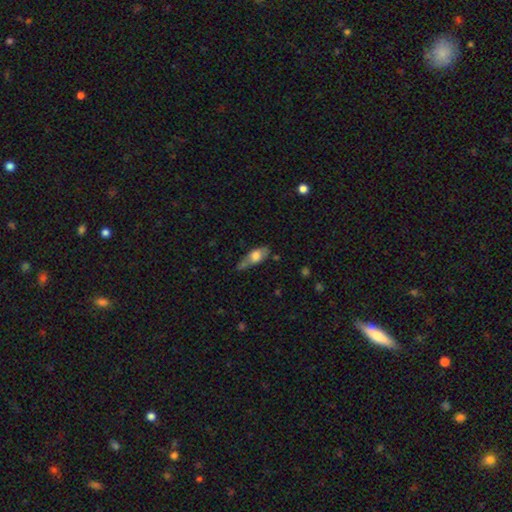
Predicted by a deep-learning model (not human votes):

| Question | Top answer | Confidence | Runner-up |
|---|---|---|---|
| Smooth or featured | smooth | 61% | featured or disk (32%) |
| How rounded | in between | 72% | cigar-shaped (23%) |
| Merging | none | 46% | minor disturbance (35%) |